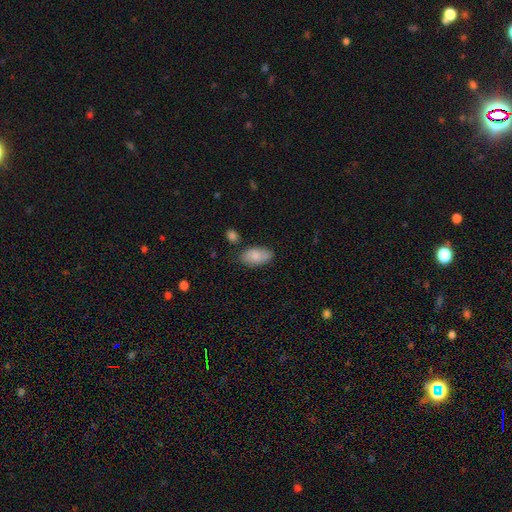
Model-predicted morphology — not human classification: Overall: smooth (83%). How rounded: in between (94%). Merging: none (75%).